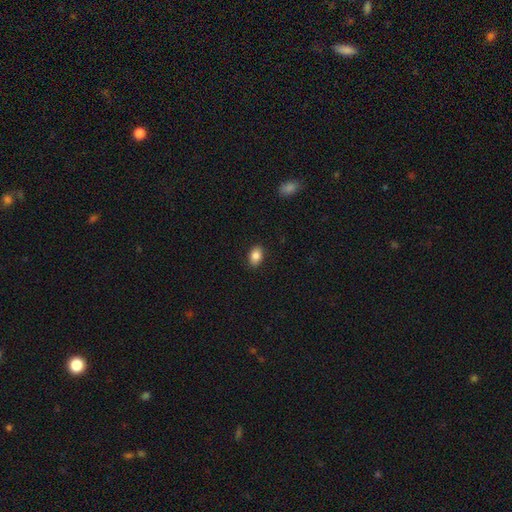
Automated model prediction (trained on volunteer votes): Q: Smooth or featured?
A: smooth (86%); runner-up: star or artifact (8%)
Q: How rounded?
A: in between (82%); runner-up: round (17%)
Q: Merging?
A: none (88%); runner-up: minor disturbance (9%)